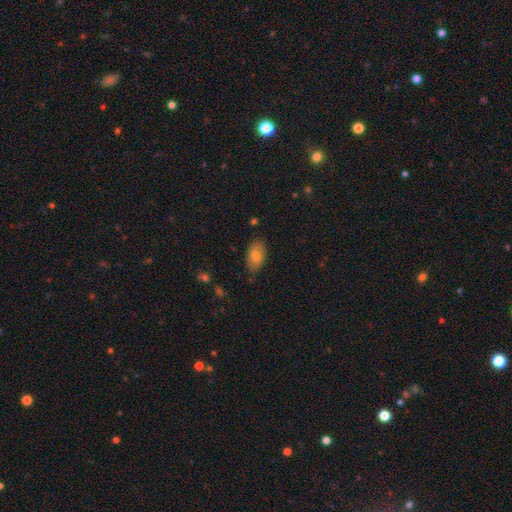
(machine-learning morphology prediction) smooth 76%, featured or disk 16%, star or artifact 8%. Down the decision tree: how rounded — in between (93%); merging — none (81%).